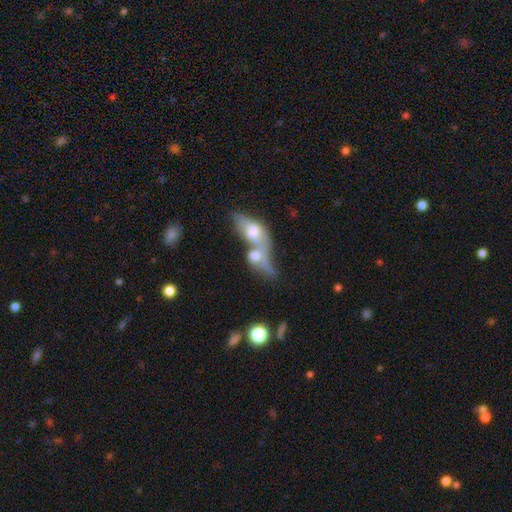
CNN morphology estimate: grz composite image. It shows a smooth galaxy with no disk features (51%) that is in between round and cigar-shaped (67%). Merging: merger (77%).